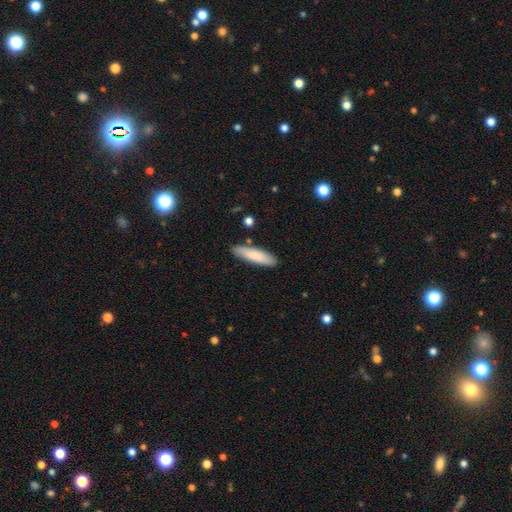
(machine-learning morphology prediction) A smooth galaxy with no disk features (82%) that is cigar-shaped (71%). Merging: none (86%).